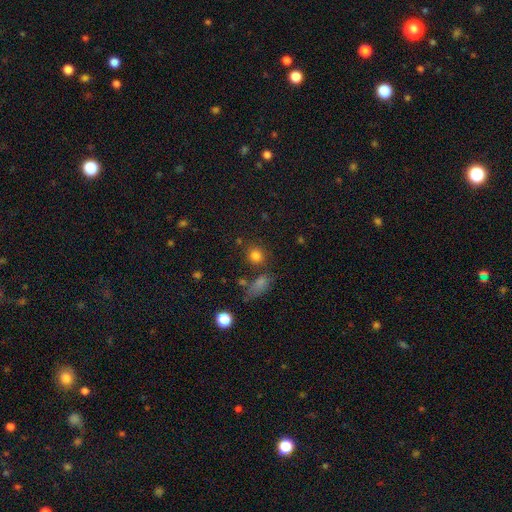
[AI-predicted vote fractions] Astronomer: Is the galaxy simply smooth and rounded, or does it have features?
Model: smooth — 79%.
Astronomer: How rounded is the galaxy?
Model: round — 81%.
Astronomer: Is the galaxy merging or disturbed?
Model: none — 73%.